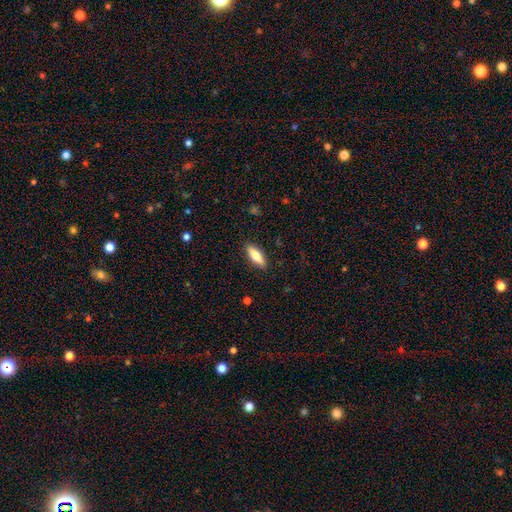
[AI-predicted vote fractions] smooth_or_featured: smooth (p=0.71) [alt: featured or disk p=0.23]
how_rounded: in between (p=0.56) [alt: cigar-shaped p=0.42]
merging: none (p=0.89) [alt: minor disturbance p=0.08]